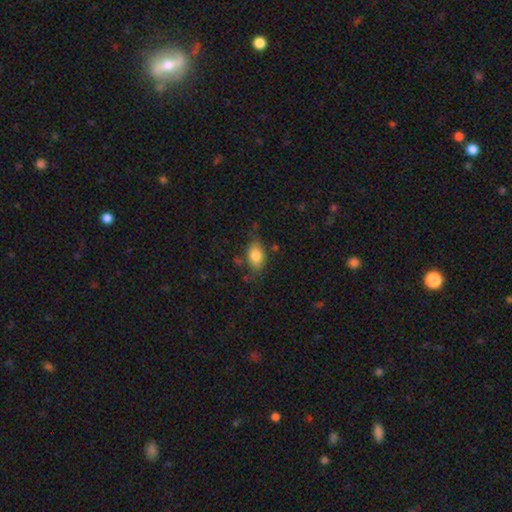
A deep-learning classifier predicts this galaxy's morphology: smooth 81%, featured or disk 11%, star or artifact 8%. Down the decision tree: how rounded — in between (82%); merging — none (68%).